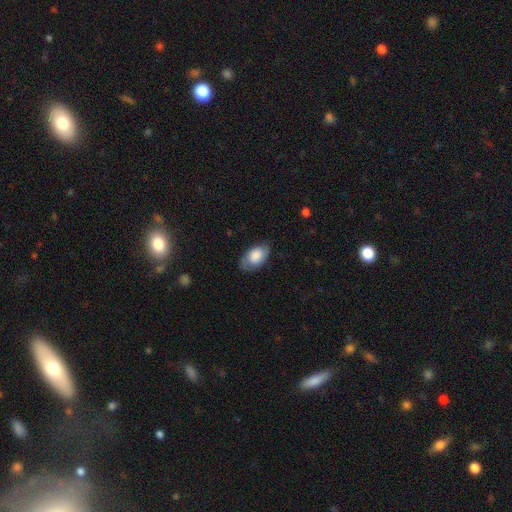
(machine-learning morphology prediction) Smooth or featured?
  - smooth: 64% *
  - featured or disk: 29%
  - star or artifact: 7%
How rounded?
  - in between: 92% *
  - round: 7%
  - cigar-shaped: 2%
Merging?
  - none: 72% *
  - minor disturbance: 21%
  - major disturbance: 6%
  - merger: 1%